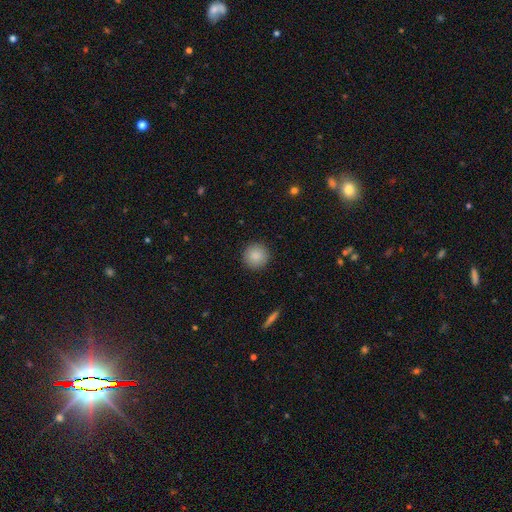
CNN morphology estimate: Smooth or featured? Predicted: smooth (p=0.88). How rounded? Predicted: round (p=0.95). Merging? Predicted: none (p=0.92).